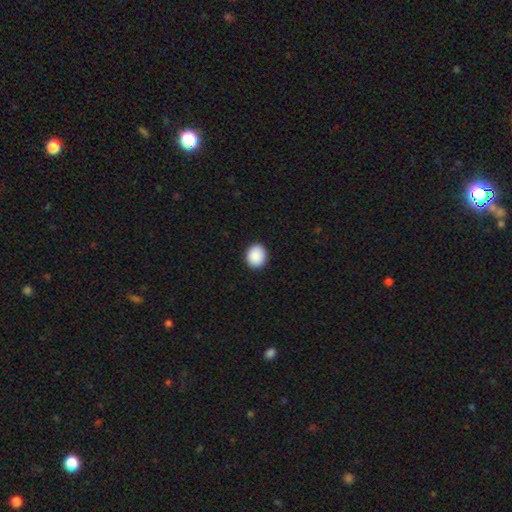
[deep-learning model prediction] Smooth or featured?
  - smooth: 90% *
  - star or artifact: 7%
  - featured or disk: 3%
How rounded?
  - round: 68% *
  - in between: 31%
  - cigar-shaped: 1%
Merging?
  - none: 91% *
  - minor disturbance: 7%
  - major disturbance: 2%
  - merger: 1%